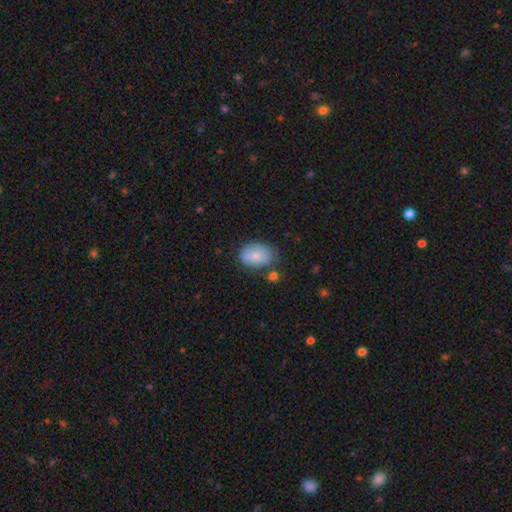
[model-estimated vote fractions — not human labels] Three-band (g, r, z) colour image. It shows a smooth galaxy with no disk features (77%) that is in between round and cigar-shaped (81%). Merging: none (59%).